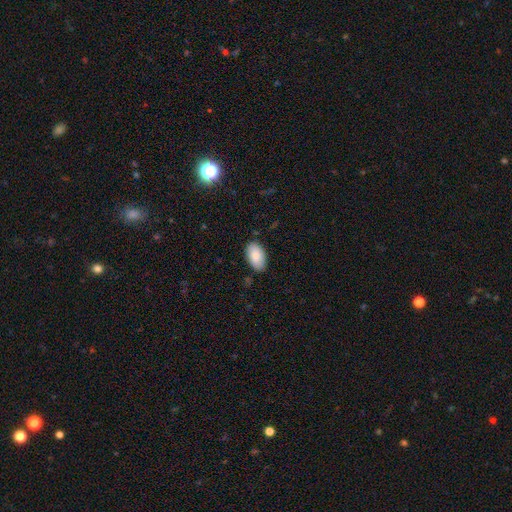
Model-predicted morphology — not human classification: Smooth or featured?
  - smooth: 86% *
  - featured or disk: 8%
  - star or artifact: 6%
How rounded?
  - in between: 95% *
  - round: 3%
  - cigar-shaped: 2%
Merging?
  - none: 82% *
  - minor disturbance: 14%
  - major disturbance: 2%
  - merger: 1%